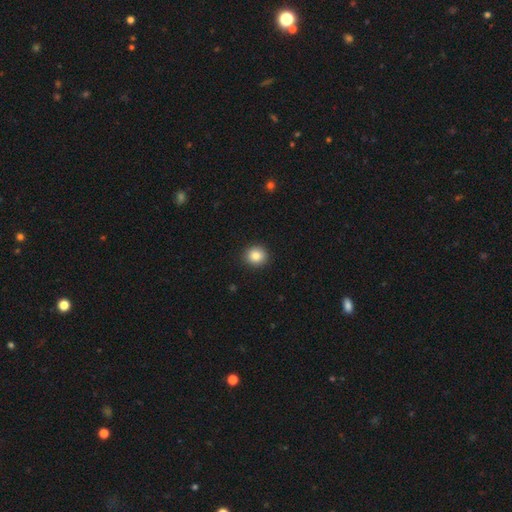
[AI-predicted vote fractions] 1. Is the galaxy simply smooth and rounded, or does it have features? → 85% smooth, 10% star or artifact, 6% featured or disk.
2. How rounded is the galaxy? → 87% round, 12% in between, 1% cigar-shaped.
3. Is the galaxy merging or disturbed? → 92% none, 6% minor disturbance, 2% major disturbance, 1% merger.